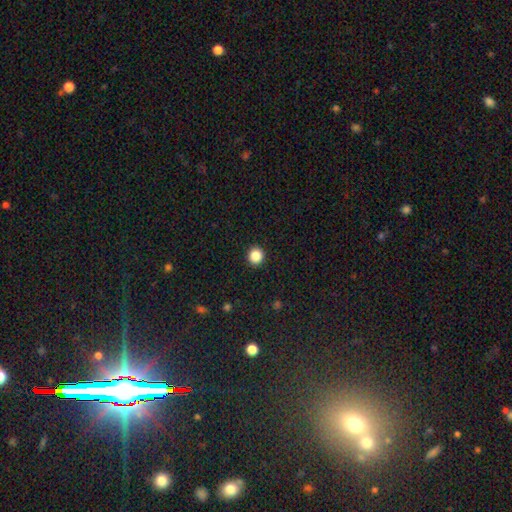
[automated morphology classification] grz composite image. It shows a smooth galaxy with no disk features (86%) that is round (92%). Merging: none (92%).